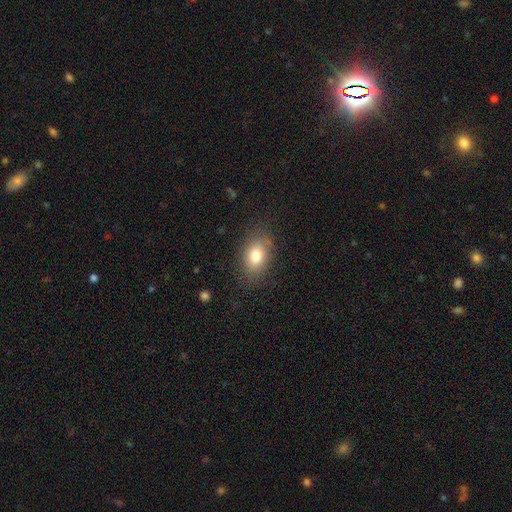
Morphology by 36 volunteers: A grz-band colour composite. It shows a smooth galaxy with no disk features (89%) that is in between round and cigar-shaped (78%). Merging: none (80%).